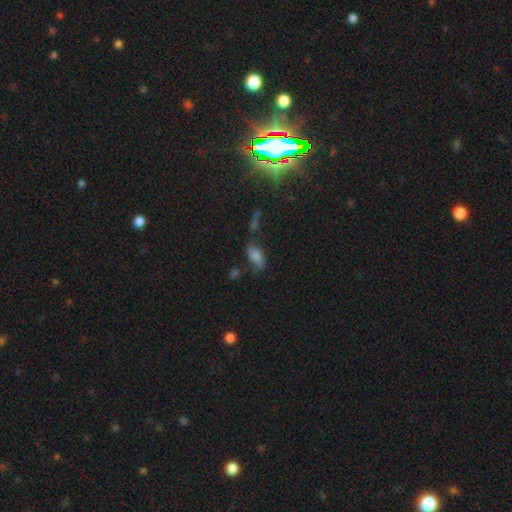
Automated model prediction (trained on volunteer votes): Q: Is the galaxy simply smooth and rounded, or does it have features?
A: smooth — 61%.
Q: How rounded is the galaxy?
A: in between — 83%.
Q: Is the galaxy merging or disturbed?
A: none — 47%.